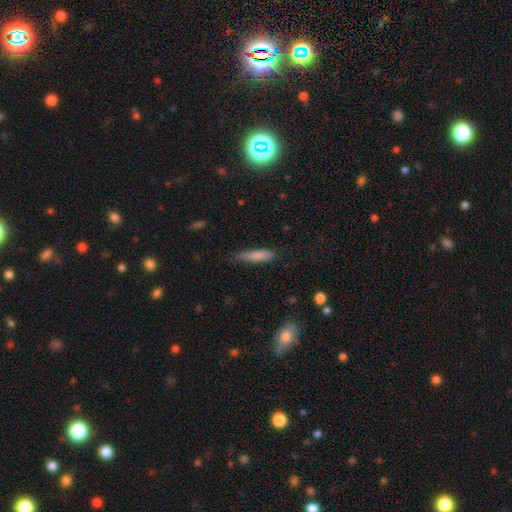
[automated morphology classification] smooth_or_featured: smooth (p=0.79) [alt: featured or disk p=0.14]
how_rounded: cigar-shaped (p=0.81) [alt: in between p=0.18]
merging: none (p=0.73) [alt: minor disturbance p=0.21]